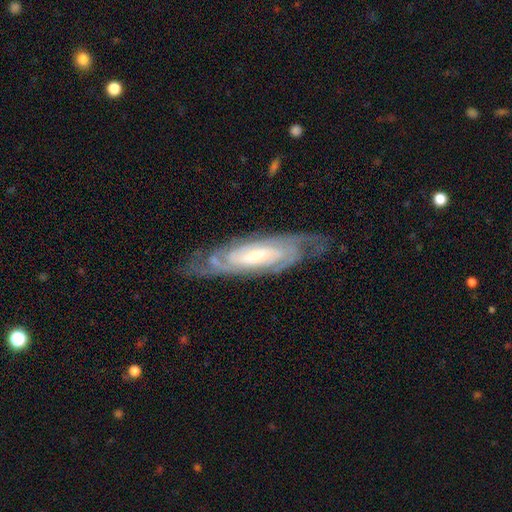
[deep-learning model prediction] This appears to be a featured or disk galaxy (87%) with no bar (43%), tight (69%) spiral arms (97%) and a small central bulge (52%). Merging: none (74%).